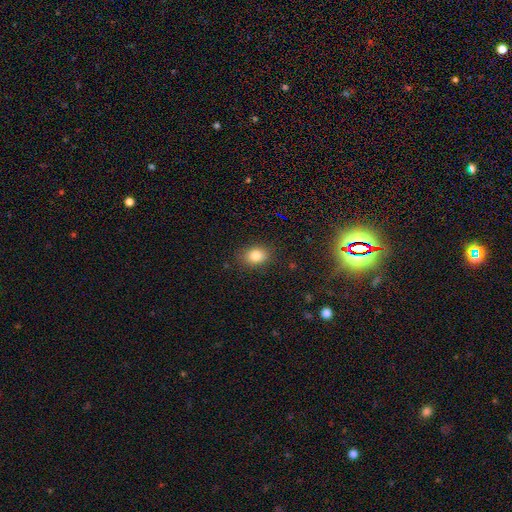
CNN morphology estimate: smooth-or-featured: smooth: 82% | star or artifact: 11% | featured or disk: 7%
  how-rounded: in between: 60% | round: 39% | cigar-shaped: 1%
  merging: none: 86% | minor disturbance: 10% | major disturbance: 3% | merger: 1%